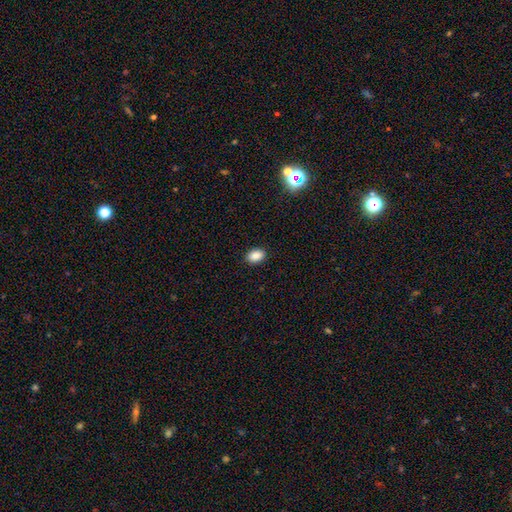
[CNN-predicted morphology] Smooth or featured?
  - smooth: 88% *
  - star or artifact: 9%
  - featured or disk: 4%
How rounded?
  - in between: 84% *
  - round: 15%
  - cigar-shaped: 1%
Merging?
  - none: 91% *
  - minor disturbance: 7%
  - major disturbance: 2%
  - merger: 1%